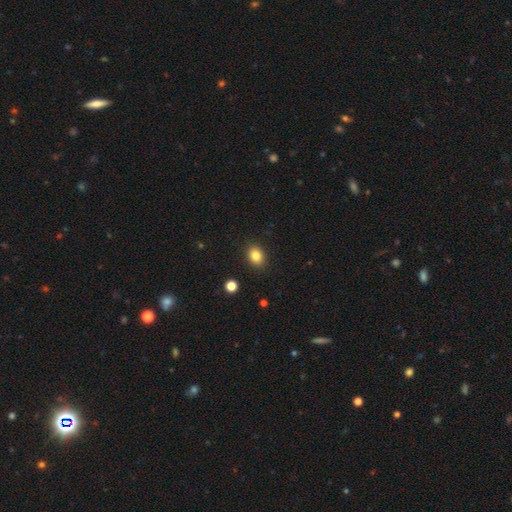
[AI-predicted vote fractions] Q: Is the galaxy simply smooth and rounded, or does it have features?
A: smooth — 84%.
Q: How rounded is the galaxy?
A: in between — 58%.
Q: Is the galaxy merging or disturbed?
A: none — 89%.